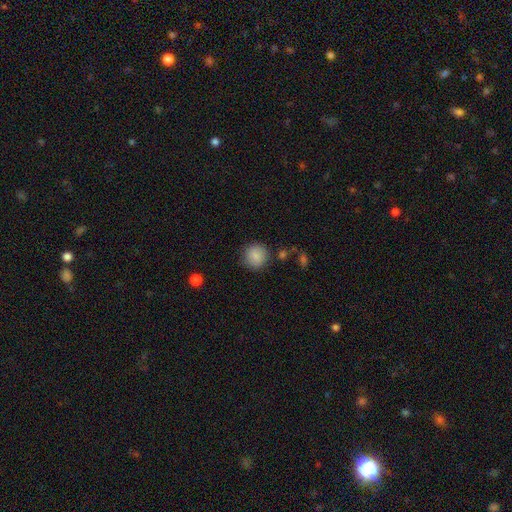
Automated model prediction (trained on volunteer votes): Morphology: type=smooth (86%); roundness=round (91%); merging=none (84%).